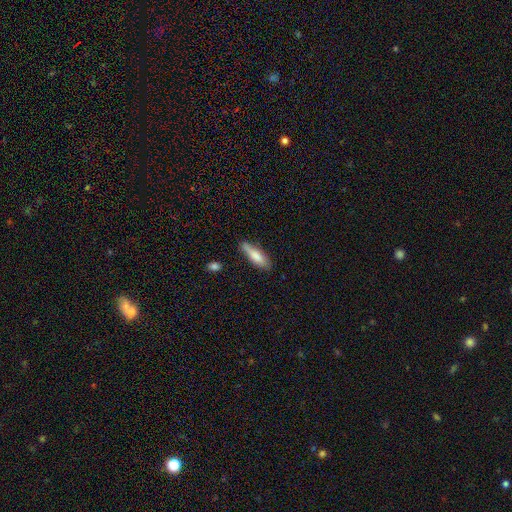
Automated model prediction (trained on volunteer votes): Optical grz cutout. It shows a smooth galaxy with no disk features (76%) that is cigar-shaped (57%). Merging: none (64%).